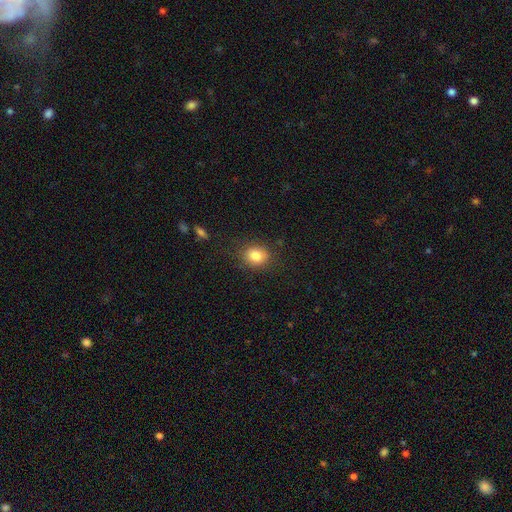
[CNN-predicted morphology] The model was most divided on "how rounded": round: 61%, in between: 38%, cigar-shaped: 1%. More confident: smooth or featured — smooth (83%); merging — none (83%).